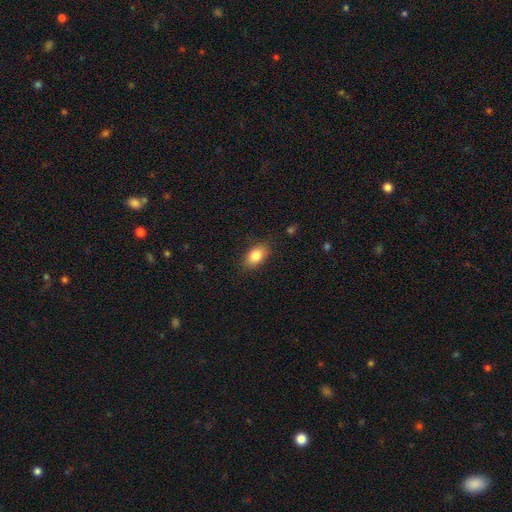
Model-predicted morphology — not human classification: This is clearly a smooth galaxy (84%). How rounded: clearly in between (88%). Merging: clearly none (82%).